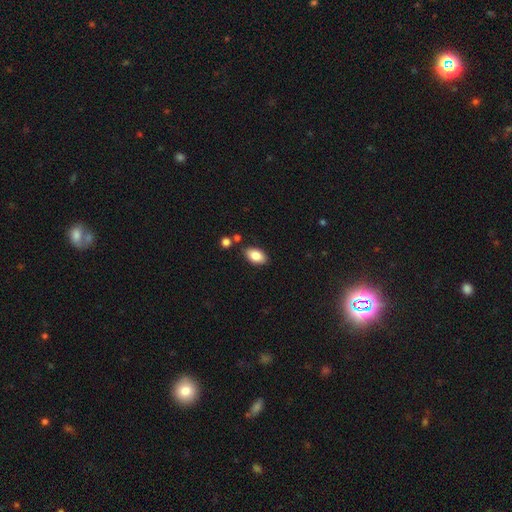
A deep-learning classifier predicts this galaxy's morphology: Smooth or featured? Predicted: smooth (p=0.84). How rounded? Predicted: in between (p=0.93). Merging? Predicted: none (p=0.82).